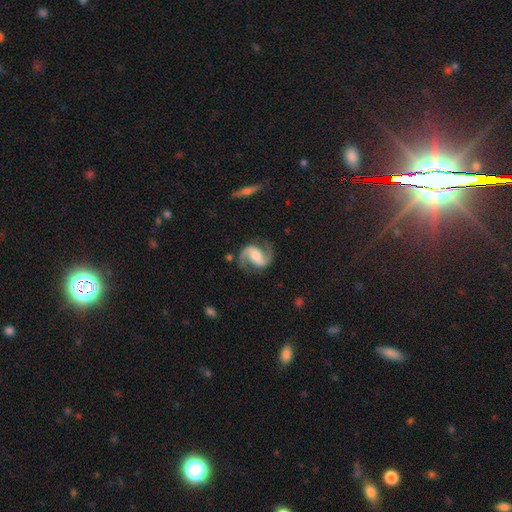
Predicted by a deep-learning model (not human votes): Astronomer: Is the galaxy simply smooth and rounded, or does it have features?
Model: featured or disk — 91%.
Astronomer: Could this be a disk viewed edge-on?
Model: no — 98%.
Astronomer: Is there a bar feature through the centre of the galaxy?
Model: weak — 39% (runner-up: strong, 33%).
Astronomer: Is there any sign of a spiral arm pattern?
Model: yes — 98%.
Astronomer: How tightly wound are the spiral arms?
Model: medium — 58%.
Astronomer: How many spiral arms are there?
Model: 2 — 94%.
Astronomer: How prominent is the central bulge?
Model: moderate — 46% (runner-up: small, 24%).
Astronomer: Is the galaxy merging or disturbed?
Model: none — 82%.